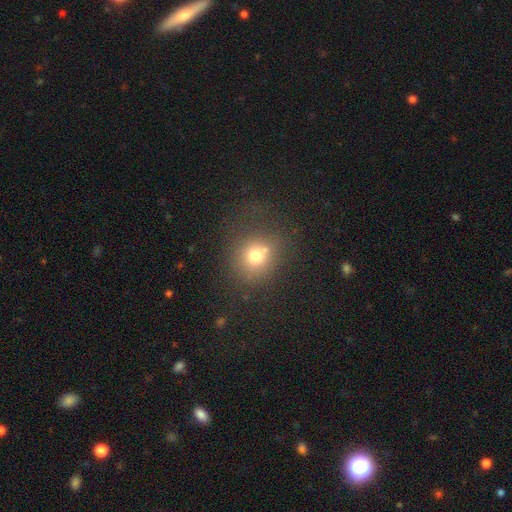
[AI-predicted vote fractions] Overall: smooth (70%). How rounded: round (84%). Merging: none (61%).